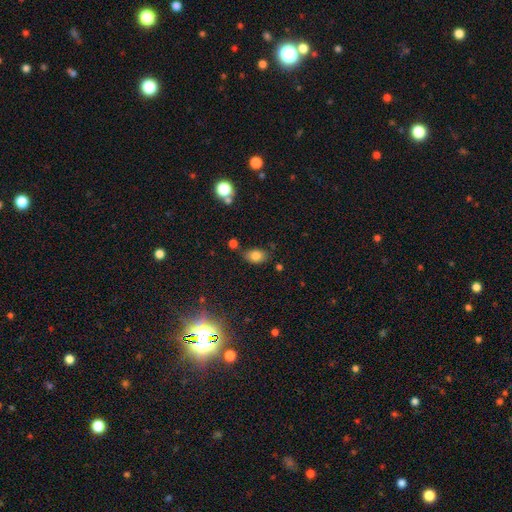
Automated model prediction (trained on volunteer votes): smooth 80%, star or artifact 12%, featured or disk 9%. Down the decision tree: how rounded — in between (81%); merging — none (71%).